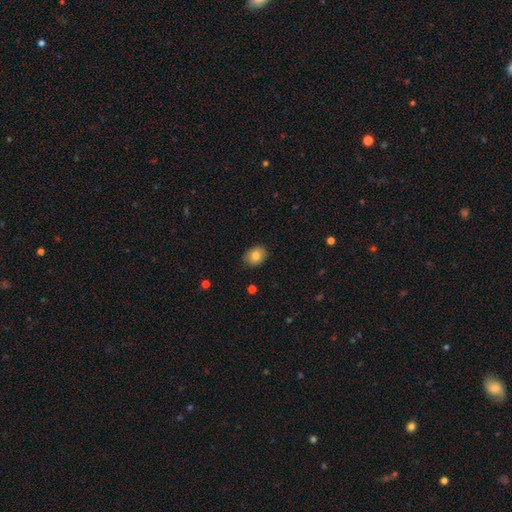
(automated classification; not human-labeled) Morphology: type=smooth (82%); roundness=in between (57%); merging=none (86%).